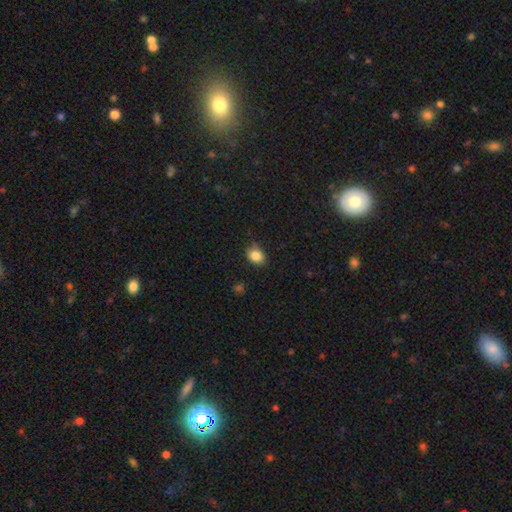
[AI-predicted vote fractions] This appears to be a smooth galaxy with no disk features (84%) that is in between round and cigar-shaped (59%). Merging: none (71%).